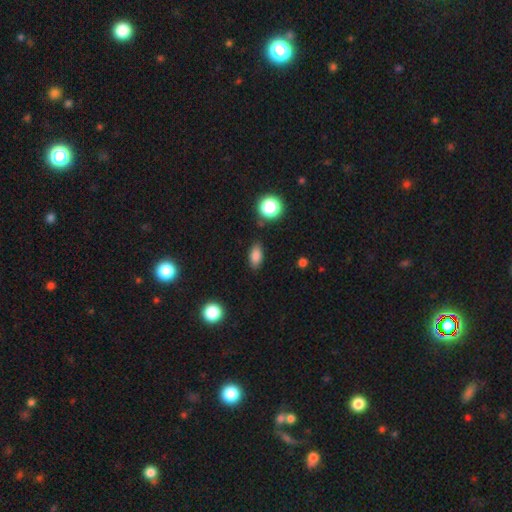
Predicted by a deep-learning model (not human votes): Smooth or featured? Predicted: smooth (p=0.84). How rounded? Predicted: in between (p=0.88). Merging? Predicted: none (p=0.82).